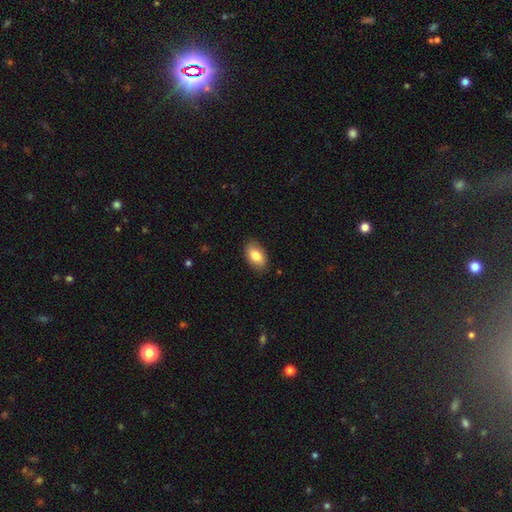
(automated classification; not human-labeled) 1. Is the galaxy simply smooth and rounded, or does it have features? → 83% smooth, 11% featured or disk, 7% star or artifact.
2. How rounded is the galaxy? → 92% in between, 6% round, 2% cigar-shaped.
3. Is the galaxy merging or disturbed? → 87% none, 10% minor disturbance, 2% major disturbance, 1% merger.